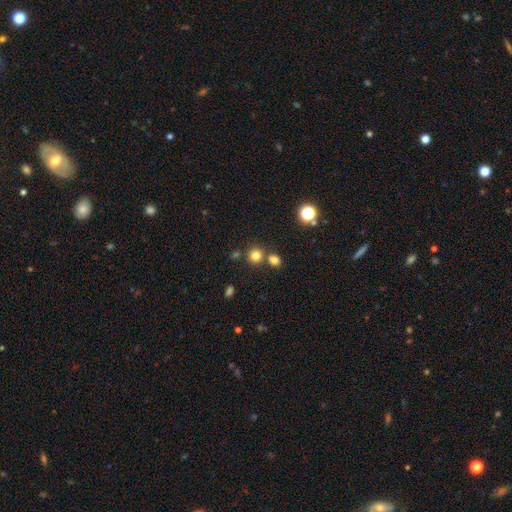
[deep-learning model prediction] This is likely a smooth galaxy (78%). How rounded: clearly round (89%). Merging: likely none (68%).